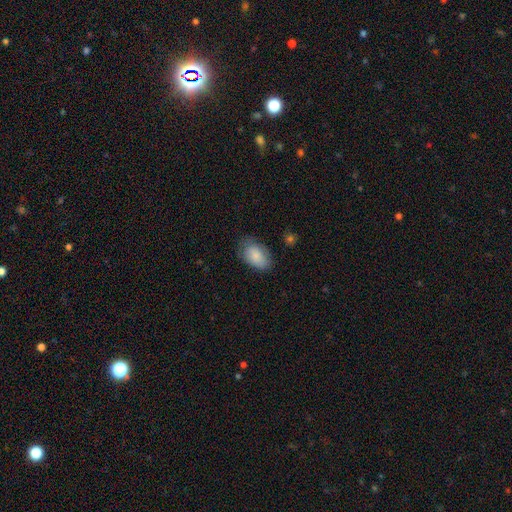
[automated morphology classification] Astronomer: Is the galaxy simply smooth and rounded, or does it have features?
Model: smooth — 84%.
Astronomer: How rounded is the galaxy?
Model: in between — 91%.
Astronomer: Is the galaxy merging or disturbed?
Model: none — 66%.